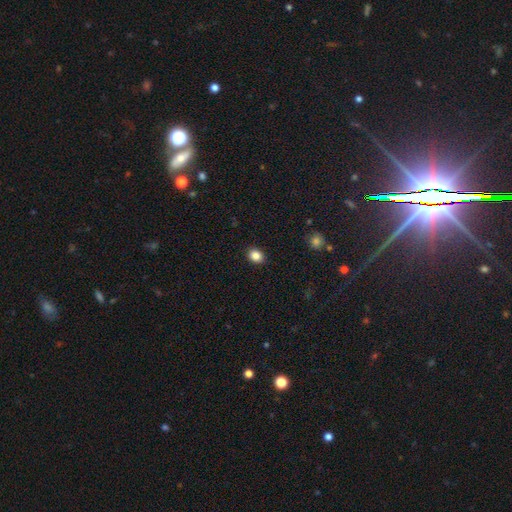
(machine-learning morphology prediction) Smooth or featured?
  - smooth: 86% *
  - star or artifact: 10%
  - featured or disk: 4%
How rounded?
  - in between: 58% *
  - round: 41%
  - cigar-shaped: 1%
Merging?
  - none: 90% *
  - minor disturbance: 7%
  - major disturbance: 2%
  - merger: 1%